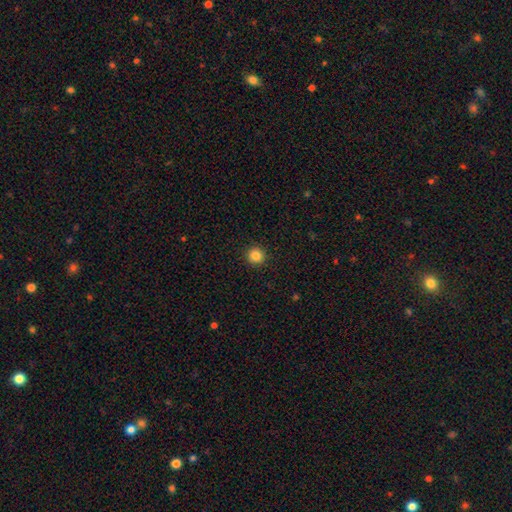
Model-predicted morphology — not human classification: This appears to be a smooth galaxy with no disk features (85%) that is round (95%). Merging: none (93%).